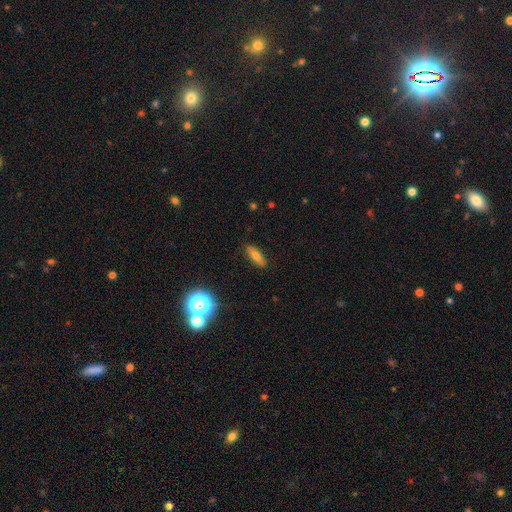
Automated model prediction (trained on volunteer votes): Smooth or featured? Predicted: smooth (p=0.66). How rounded? Predicted: in between (p=0.56). Merging? Predicted: none (p=0.85).